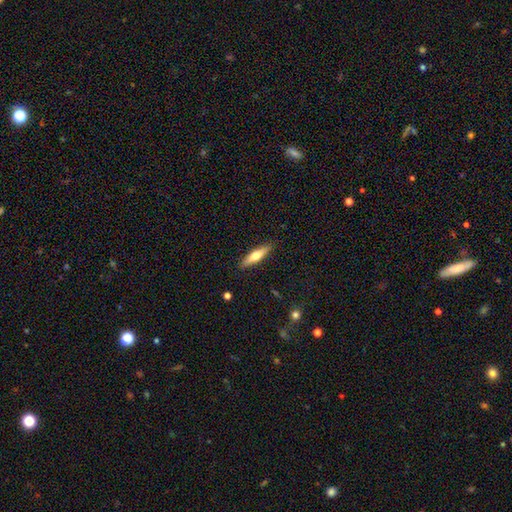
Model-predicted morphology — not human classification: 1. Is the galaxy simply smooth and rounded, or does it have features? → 56% smooth, 39% featured or disk, 6% star or artifact.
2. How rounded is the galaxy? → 77% cigar-shaped, 21% in between, 2% round.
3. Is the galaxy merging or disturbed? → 89% none, 8% minor disturbance, 2% major disturbance, 1% merger.